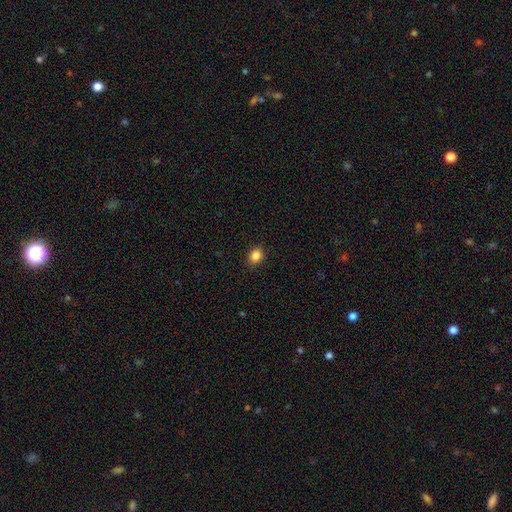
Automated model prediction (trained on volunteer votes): smooth 86%, star or artifact 10%, featured or disk 4%. Down the decision tree: how rounded — in between (57%); merging — none (89%).